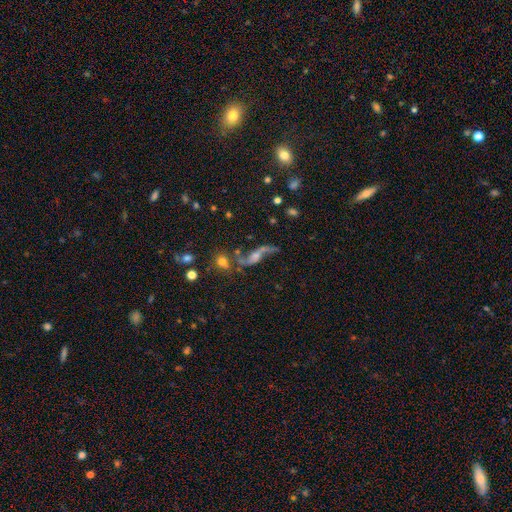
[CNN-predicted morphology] A featured or disk galaxy (75%) with no bar (56%), 2 (89%) loose (91%) spiral arms (87%) and a small central bulge (39%). Merging: none (50%).